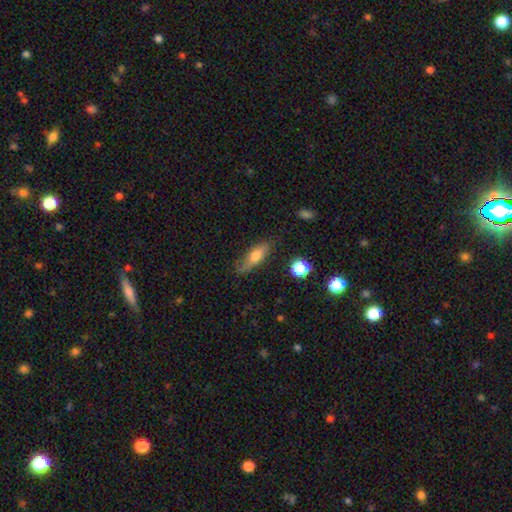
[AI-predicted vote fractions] This is likely a smooth galaxy (66%). How rounded: likely in between (61%). Merging: likely none (68%).